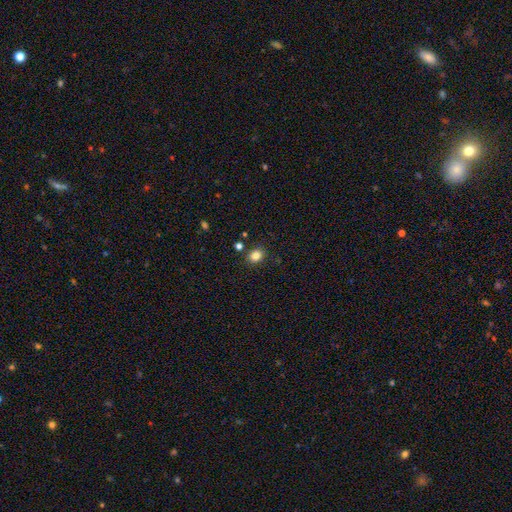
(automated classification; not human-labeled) Smooth or featured? Predicted: smooth (p=0.83). How rounded? Predicted: round (p=0.53). Merging? Predicted: none (p=0.85).